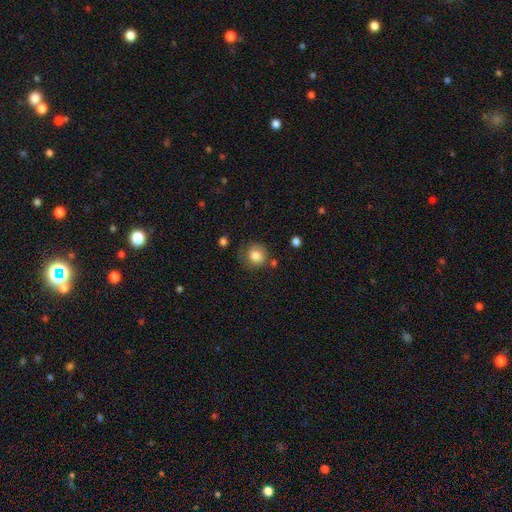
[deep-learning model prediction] The model was most divided on "merging": none: 65%, minor disturbance: 21%, major disturbance: 9%, merger: 5%. More confident: how rounded — round (87%); smooth or featured — smooth (80%).